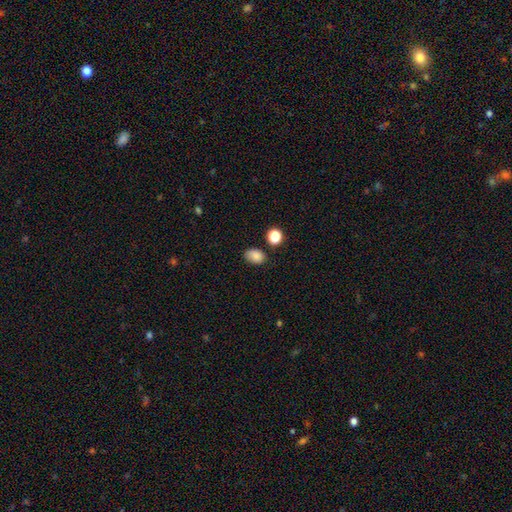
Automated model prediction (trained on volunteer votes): Smooth or featured? smooth (84%)
How rounded? in between (83%)
Merging? none (77%)